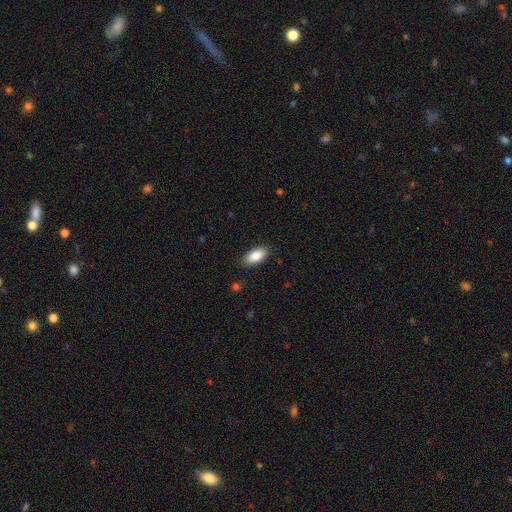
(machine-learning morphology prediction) Q: Smooth or featured?
A: smooth (86%); runner-up: featured or disk (7%)
Q: How rounded?
A: in between (91%); runner-up: cigar-shaped (6%)
Q: Merging?
A: none (85%); runner-up: minor disturbance (12%)